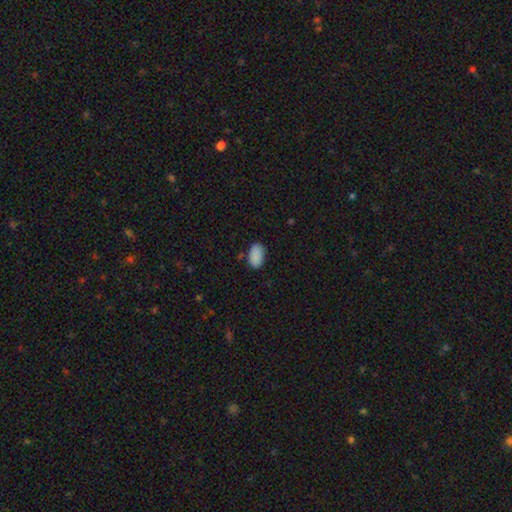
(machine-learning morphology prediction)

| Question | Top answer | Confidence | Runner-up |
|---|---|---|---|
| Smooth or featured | smooth | 89% | star or artifact (8%) |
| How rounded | in between | 94% | round (5%) |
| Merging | none | 81% | minor disturbance (14%) |